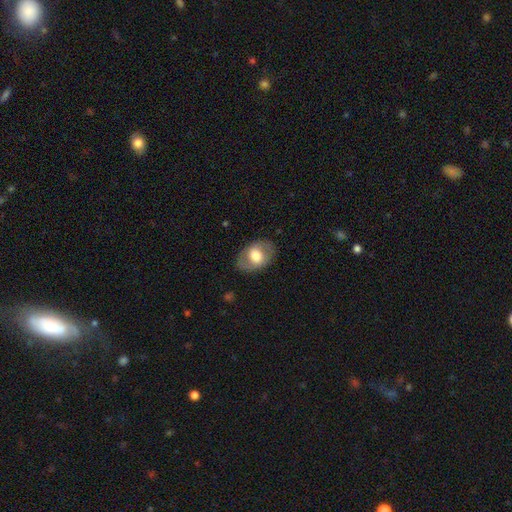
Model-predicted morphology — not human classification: Overall: smooth (53%; featured or disk 40%). How rounded: in between (77%). Merging: none (79%).